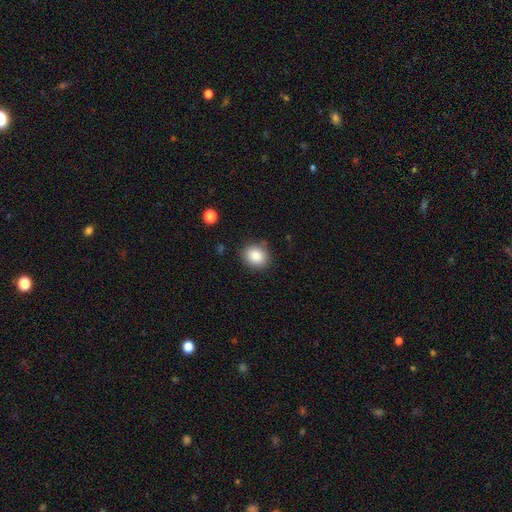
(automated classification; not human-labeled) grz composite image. It shows a smooth galaxy with no disk features (85%) that is round (67%). Merging: none (84%).